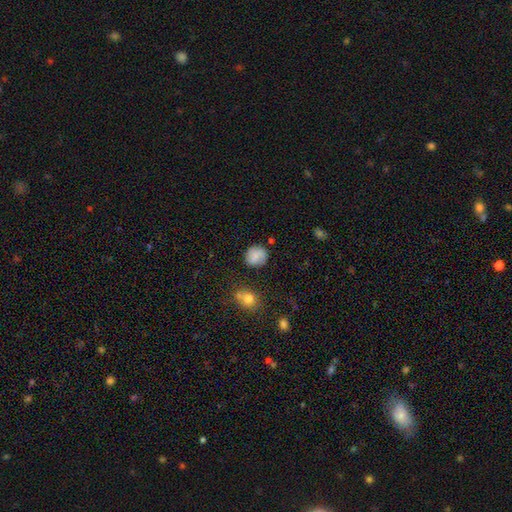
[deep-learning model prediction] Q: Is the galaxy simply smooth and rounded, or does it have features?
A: smooth — 76%.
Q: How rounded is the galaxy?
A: round — 78%.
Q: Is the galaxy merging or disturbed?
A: none — 73%.